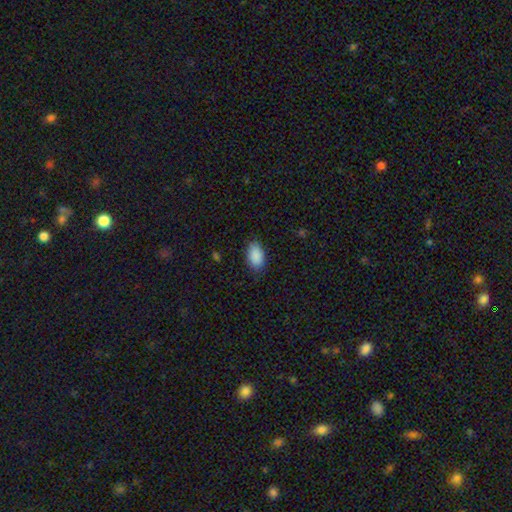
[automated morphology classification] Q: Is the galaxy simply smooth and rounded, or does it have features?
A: smooth — 91%.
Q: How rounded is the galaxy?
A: in between — 94%.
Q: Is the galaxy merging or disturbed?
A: none — 84%.